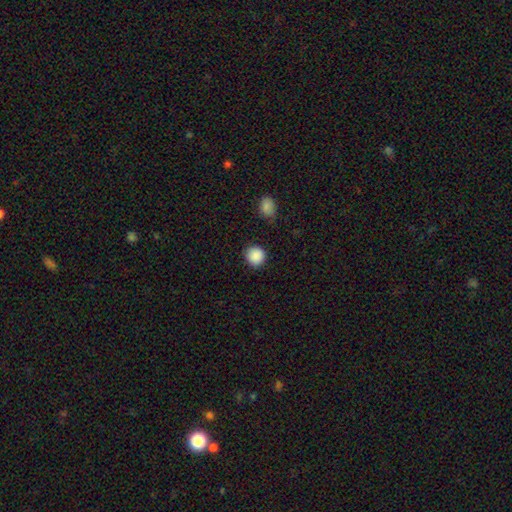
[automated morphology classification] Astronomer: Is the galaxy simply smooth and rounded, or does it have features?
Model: smooth — 88%.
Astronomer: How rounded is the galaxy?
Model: round — 93%.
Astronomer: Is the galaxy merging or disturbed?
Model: none — 87%.